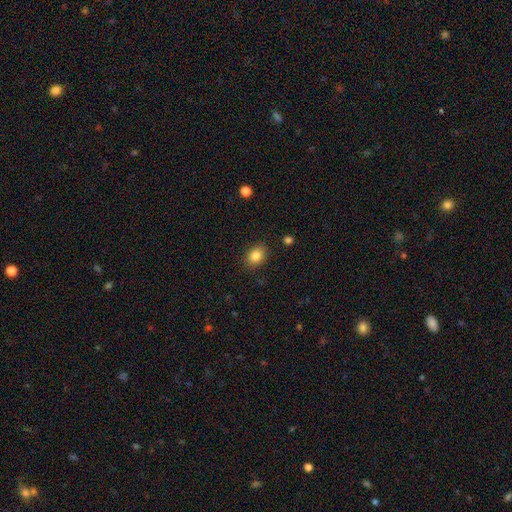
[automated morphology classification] Smooth or featured: smooth — 85% (star or artifact — 9%)
How rounded: in between — 69% (round — 29%)
Merging: none — 88% (minor disturbance — 9%)